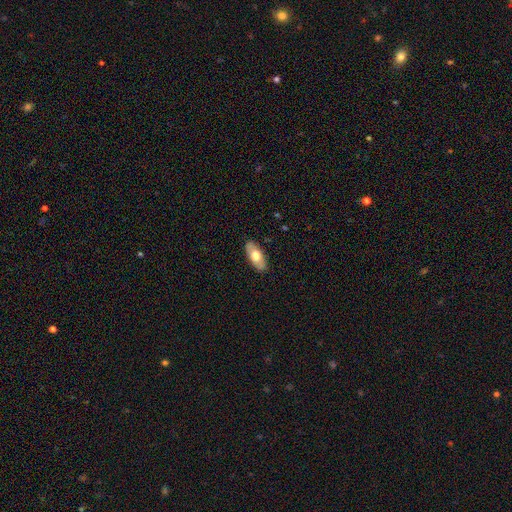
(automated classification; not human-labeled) smooth_or_featured: smooth (p=0.62) [alt: featured or disk p=0.33]
how_rounded: in between (p=0.89) [alt: cigar-shaped p=0.08]
merging: none (p=0.88) [alt: minor disturbance p=0.10]